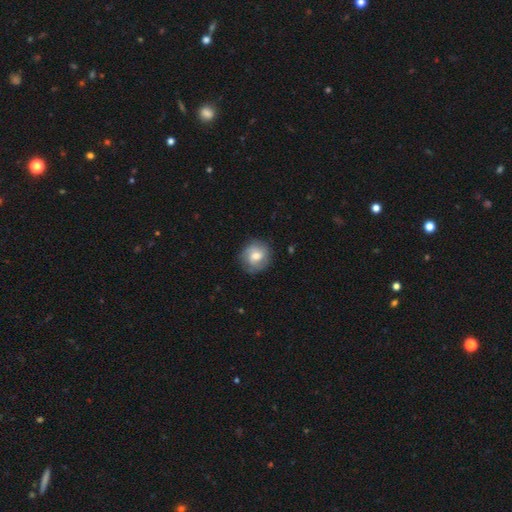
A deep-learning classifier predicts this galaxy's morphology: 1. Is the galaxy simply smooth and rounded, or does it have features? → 57% smooth, 35% featured or disk, 8% star or artifact.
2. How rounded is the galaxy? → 85% round, 14% in between, 1% cigar-shaped.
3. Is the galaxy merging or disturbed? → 79% none, 16% minor disturbance, 4% major disturbance, 1% merger.